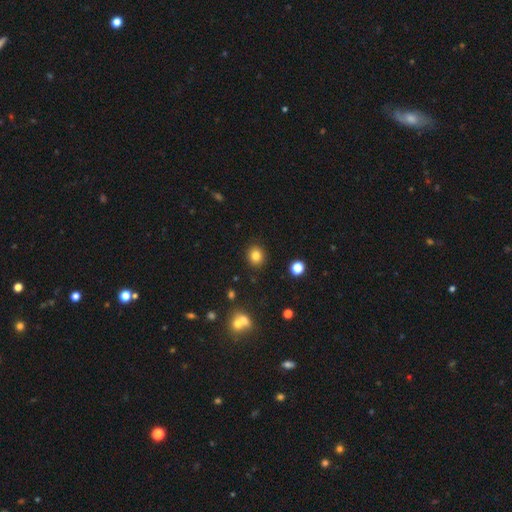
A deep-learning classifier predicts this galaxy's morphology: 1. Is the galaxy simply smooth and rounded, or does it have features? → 82% smooth, 12% star or artifact, 6% featured or disk.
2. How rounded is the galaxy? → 81% round, 18% in between, 1% cigar-shaped.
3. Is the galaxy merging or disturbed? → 90% none, 6% minor disturbance, 2% major disturbance, 2% merger.